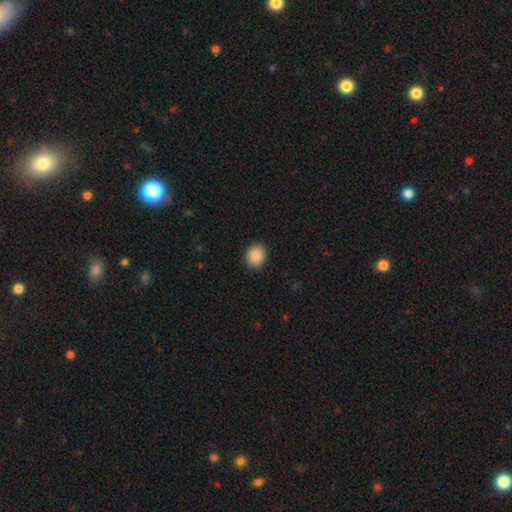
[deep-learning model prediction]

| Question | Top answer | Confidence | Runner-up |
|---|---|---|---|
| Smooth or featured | smooth | 89% | star or artifact (8%) |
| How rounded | round | 55% | in between (44%) |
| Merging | none | 90% | minor disturbance (7%) |